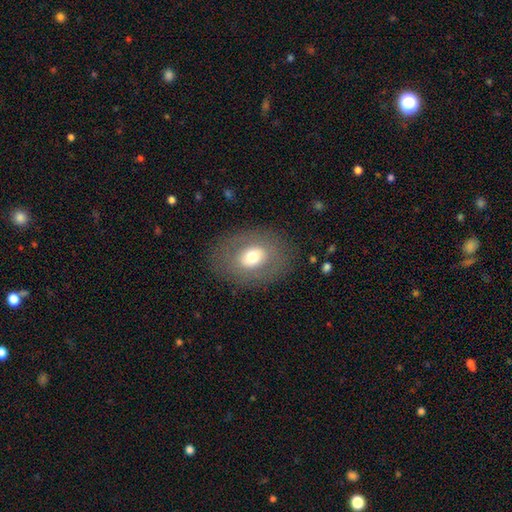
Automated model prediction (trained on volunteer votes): Q: Smooth or featured?
A: smooth (58%); runner-up: featured or disk (33%)
Q: How rounded?
A: in between (68%); runner-up: round (31%)
Q: Merging?
A: none (82%); runner-up: minor disturbance (11%)